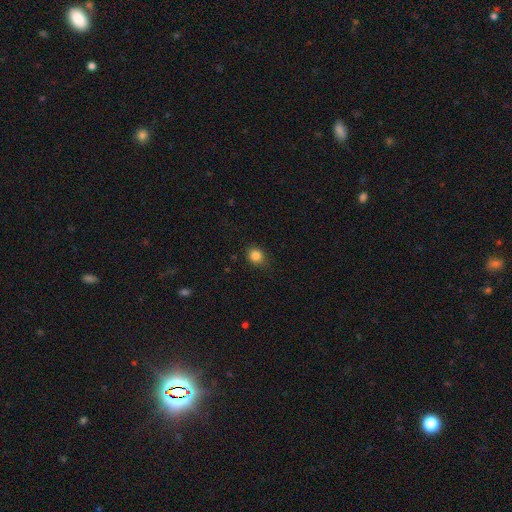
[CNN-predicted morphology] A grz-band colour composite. It shows a smooth galaxy with no disk features (85%) that is round (78%). Merging: none (84%).